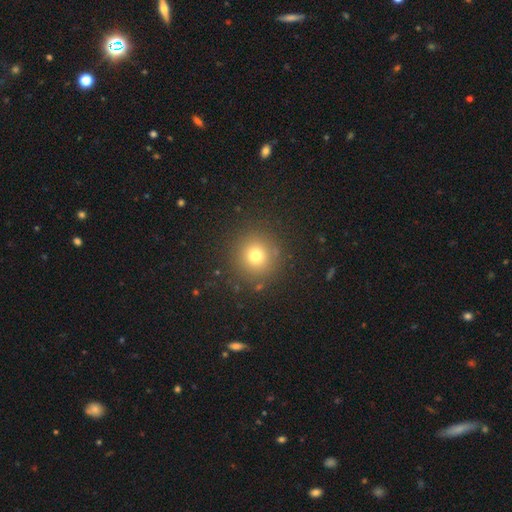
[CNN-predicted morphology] The model was most divided on "smooth or featured": smooth: 73%, star or artifact: 17%, featured or disk: 10%. More confident: how rounded — round (93%); merging — none (87%).